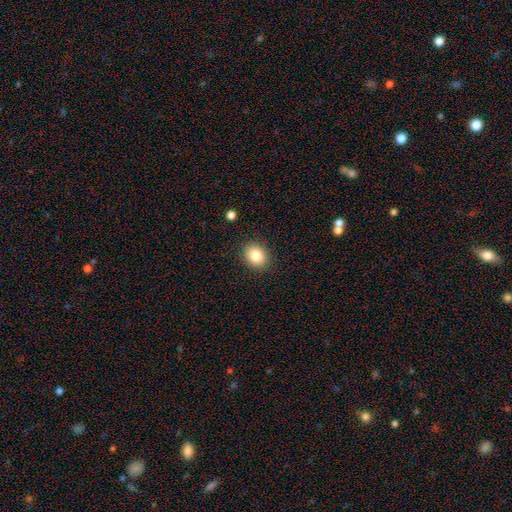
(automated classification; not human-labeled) smooth_or_featured: smooth (p=0.84) [alt: star or artifact p=0.09]
how_rounded: round (p=0.54) [alt: in between p=0.45]
merging: none (p=0.89) [alt: minor disturbance p=0.08]